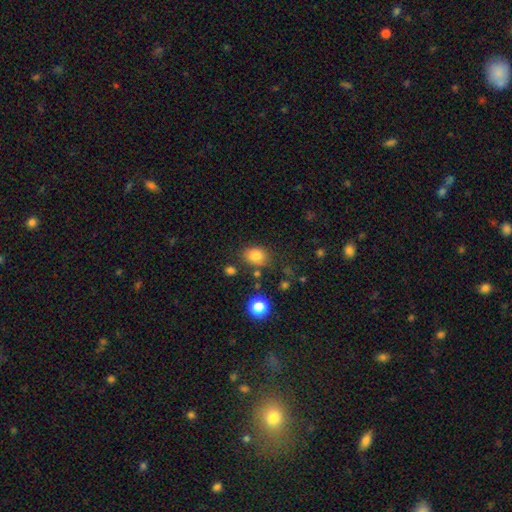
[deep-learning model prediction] This appears to be a smooth galaxy with no disk features (81%) that is in between round and cigar-shaped (50%). Merging: none (78%).